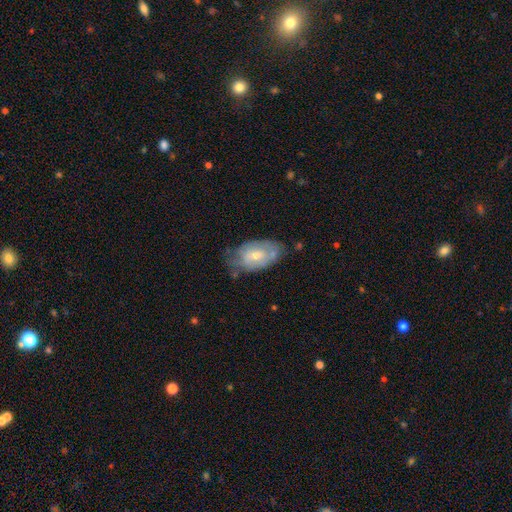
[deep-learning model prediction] Smooth or featured?
  - smooth: 49% *
  - featured or disk: 44%
  - star or artifact: 7%
Merging?
  - none: 51% *
  - minor disturbance: 32%
  - major disturbance: 11%
  - merger: 6%